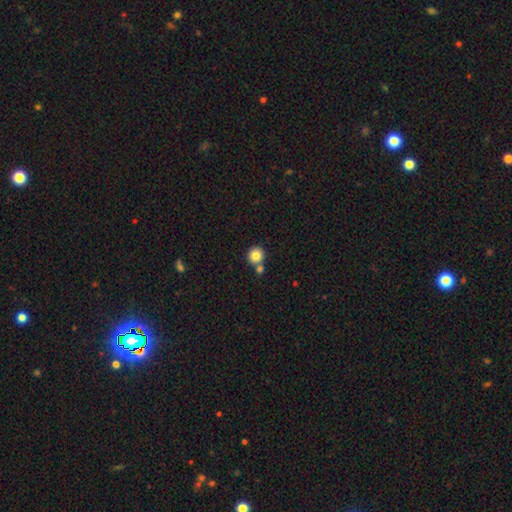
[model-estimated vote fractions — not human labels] smooth_or_featured: smooth (p=0.82) [alt: star or artifact p=0.10]
how_rounded: round (p=0.91) [alt: in between p=0.08]
merging: none (p=0.63) [alt: merger p=0.27]